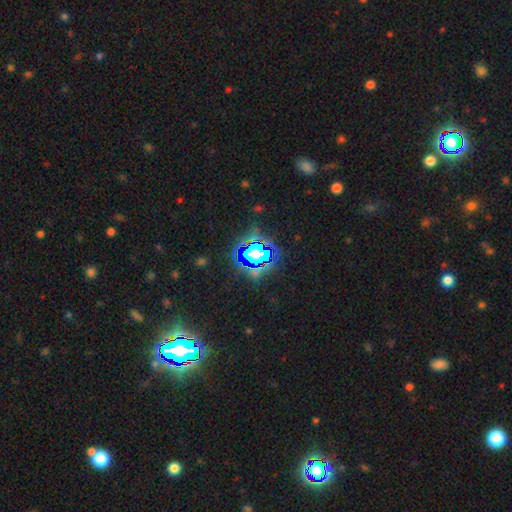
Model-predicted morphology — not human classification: A star or artifact, not a galaxy (76%).

Vote fractions:
- Smooth or featured? star or artifact: 76% / smooth: 16% / featured or disk: 9%